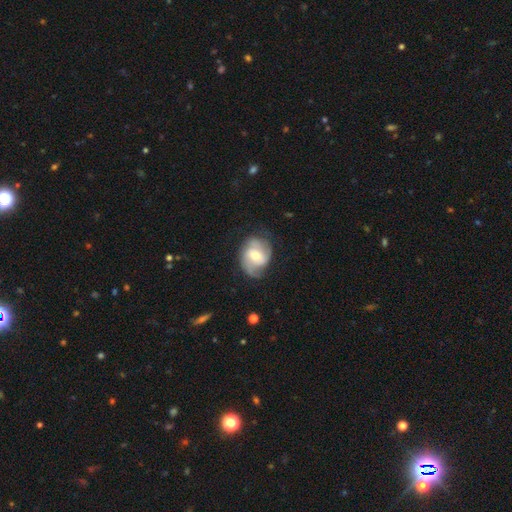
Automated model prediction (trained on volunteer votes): smooth-or-featured: featured or disk: 67% | smooth: 27% | star or artifact: 6%
  disk-edge-on: no: 97% | yes: 3%
    bar: weak: 44% | no: 42% | strong: 14%
    has-spiral-arms: yes: 86% | no: 14%
      spiral-winding: medium: 42% | tight: 31% | loose: 27%
      spiral-arm-count: 2: 57% | can't tell: 19% | 1: 10% | 3: 10% | 4: 2% | more than 4: 2%
    bulge-size: moderate: 66% | small: 27% | large: 5% | none: 1% | dominant: 1%
  merging: none: 59% | minor disturbance: 26% | major disturbance: 13% | merger: 2%